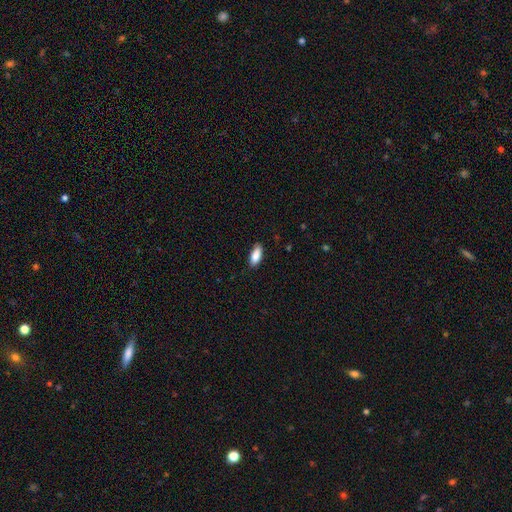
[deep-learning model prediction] A smooth galaxy with no disk features (88%) that is in between round and cigar-shaped (82%). Merging: none (84%).